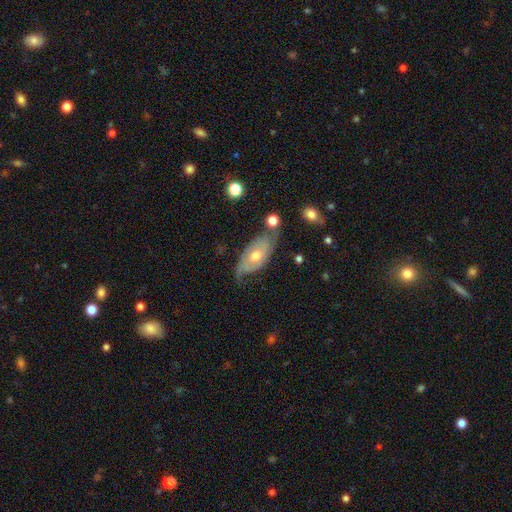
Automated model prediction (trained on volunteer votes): Smooth or featured? Predicted: featured or disk (p=0.70). Edge-on disk? Predicted: no (p=0.89). Bar? Predicted: no (p=0.70). Spiral arms? Predicted: yes (p=0.85). Spiral winding? Predicted: tight (p=0.41). Spiral arm count? Predicted: 2 (p=0.68). Bulge size? Predicted: moderate (p=0.71). Merging? Predicted: none (p=0.55).